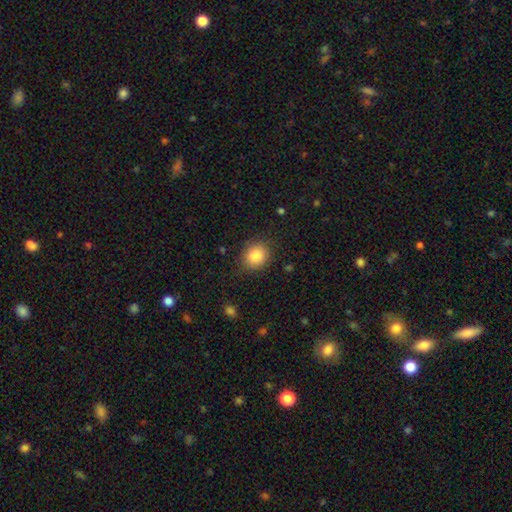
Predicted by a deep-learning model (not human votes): smooth_or_featured: smooth (p=0.86) [alt: star or artifact p=0.09]
how_rounded: round (p=0.68) [alt: in between p=0.31]
merging: none (p=0.81) [alt: minor disturbance p=0.13]